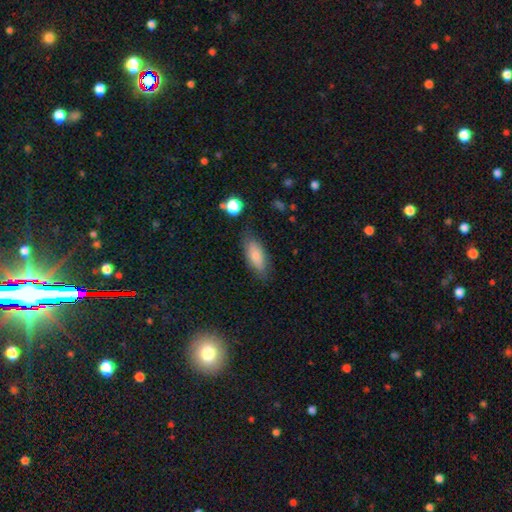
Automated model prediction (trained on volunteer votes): Q: Smooth or featured?
A: smooth (82%); runner-up: featured or disk (11%)
Q: How rounded?
A: in between (79%); runner-up: cigar-shaped (19%)
Q: Merging?
A: none (78%); runner-up: minor disturbance (16%)